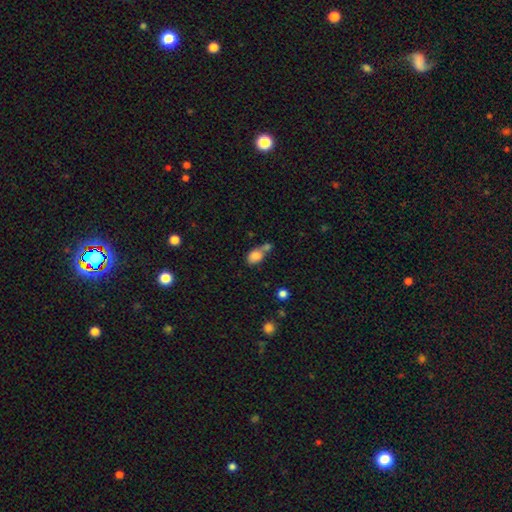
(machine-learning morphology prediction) Overall: smooth (81%). How rounded: in between (78%). Merging: merger (52%; none 29%).